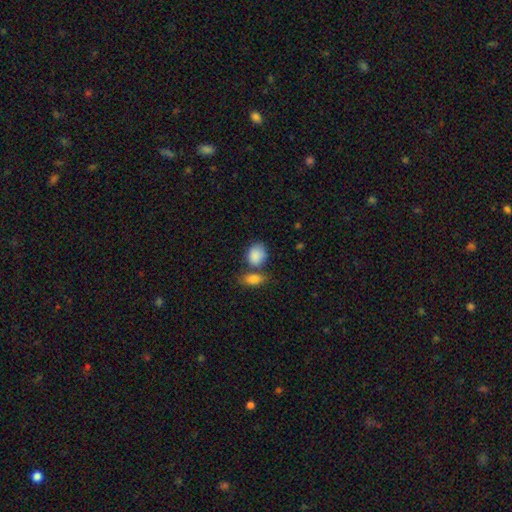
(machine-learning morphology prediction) smooth 88%, star or artifact 6%, featured or disk 6%. Down the decision tree: how rounded — in between (53%); merging — none (45%).